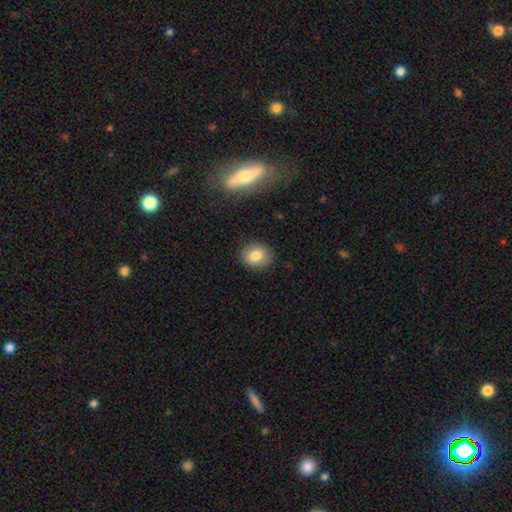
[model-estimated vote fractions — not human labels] smooth-or-featured: smooth: 80% | featured or disk: 10% | star or artifact: 10%
  how-rounded: round: 65% | in between: 34% | cigar-shaped: 1%
  merging: none: 88% | minor disturbance: 8% | major disturbance: 2% | merger: 1%